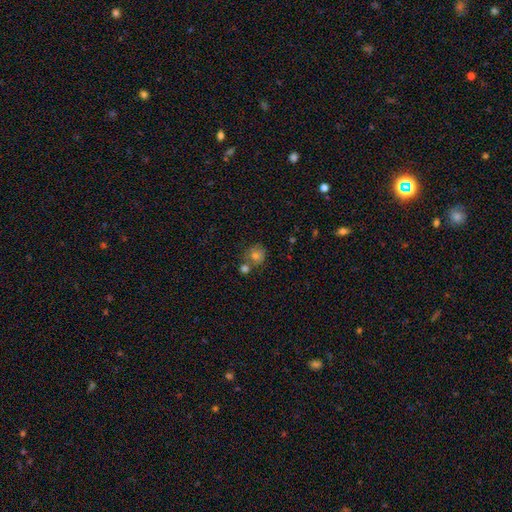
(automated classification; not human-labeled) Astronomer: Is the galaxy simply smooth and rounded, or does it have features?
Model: smooth — 72%.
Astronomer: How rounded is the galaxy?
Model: round — 86%.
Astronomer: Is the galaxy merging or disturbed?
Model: none — 65%.